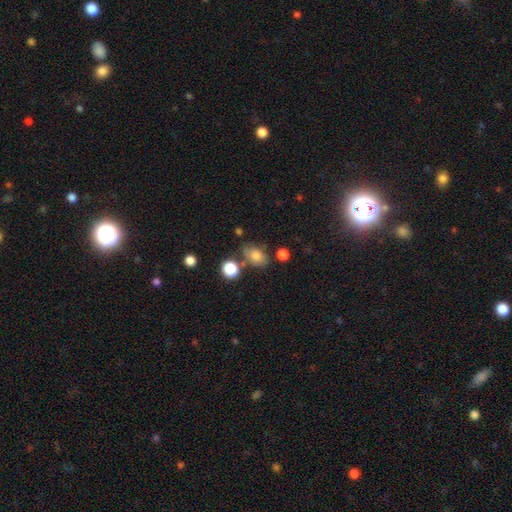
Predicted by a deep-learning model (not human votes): Smooth or featured? Predicted: smooth (p=0.77). How rounded? Predicted: in between (p=0.79). Merging? Predicted: none (p=0.63).